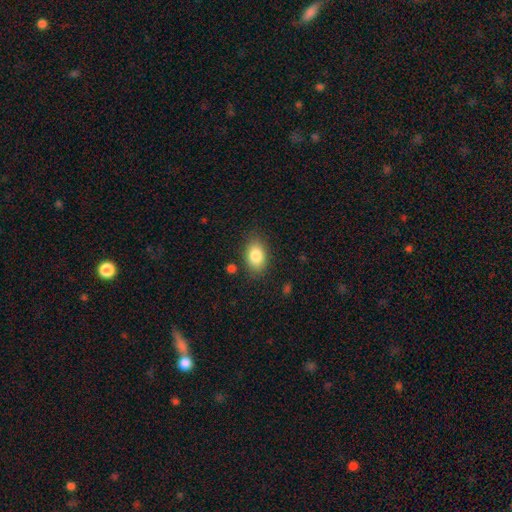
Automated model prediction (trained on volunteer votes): This appears to be a smooth galaxy with no disk features (84%) that is in between round and cigar-shaped (87%). Merging: none (83%).